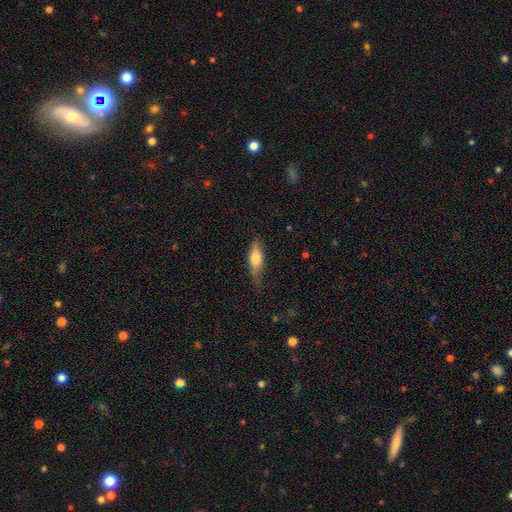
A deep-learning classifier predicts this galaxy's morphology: Smooth or featured?
  - smooth: 69% *
  - featured or disk: 24%
  - star or artifact: 6%
How rounded?
  - in between: 62% *
  - cigar-shaped: 36%
  - round: 3%
Merging?
  - none: 61% *
  - minor disturbance: 30%
  - major disturbance: 7%
  - merger: 2%